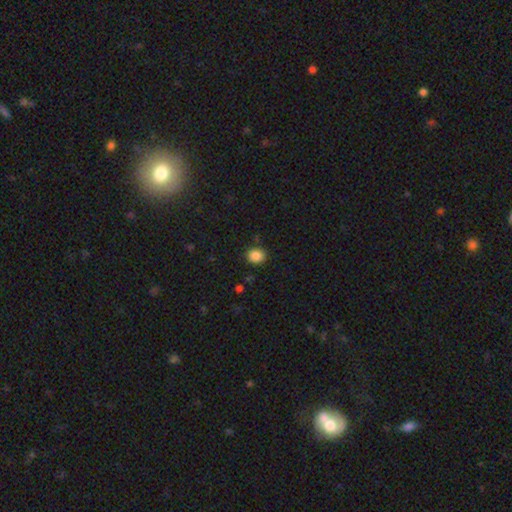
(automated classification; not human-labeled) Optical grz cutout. It shows a smooth galaxy with no disk features (86%) that is round (71%). Merging: none (89%).